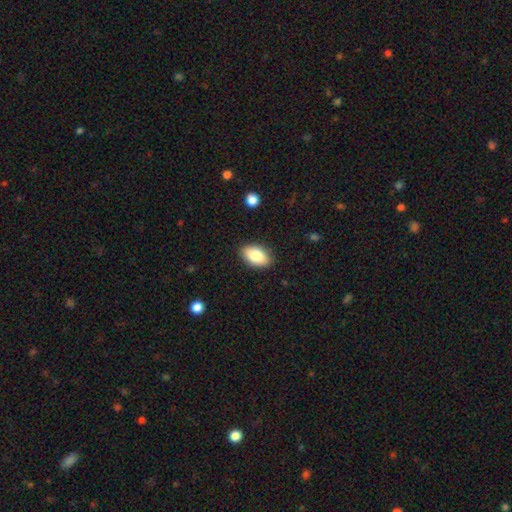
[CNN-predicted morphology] Smooth or featured: smooth — 83% (featured or disk — 10%)
How rounded: in between — 91% (round — 7%)
Merging: none — 87% (minor disturbance — 10%)